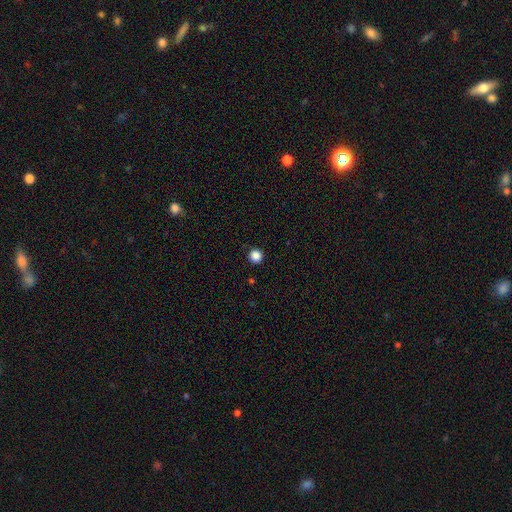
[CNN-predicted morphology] Smooth or featured? smooth (86%)
How rounded? round (96%)
Merging? none (92%)